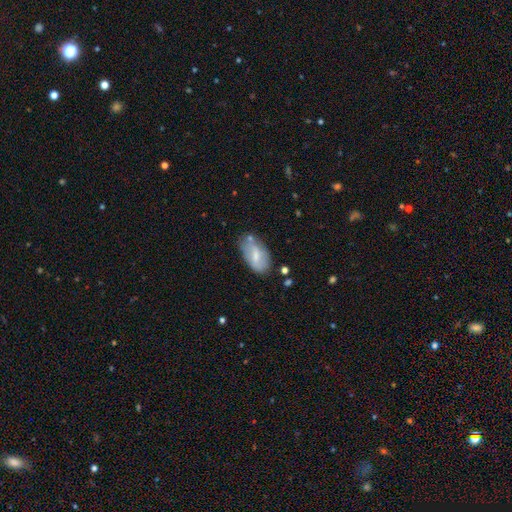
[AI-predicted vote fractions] Smooth or featured? Predicted: smooth (p=0.57). How rounded? Predicted: in between (p=0.92). Merging? Predicted: none (p=0.61).